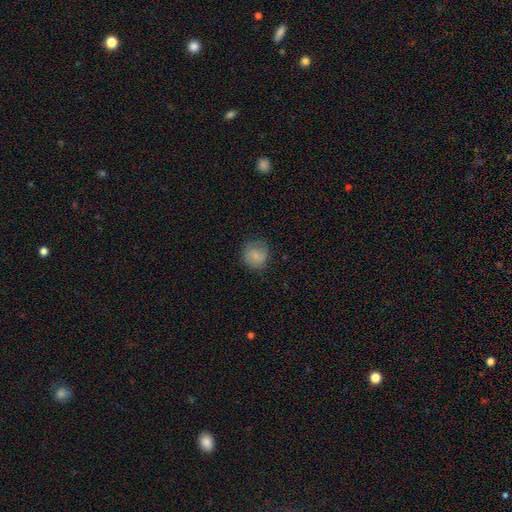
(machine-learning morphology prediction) This is clearly a smooth galaxy (80%). How rounded: clearly round (86%). Merging: likely none (74%).